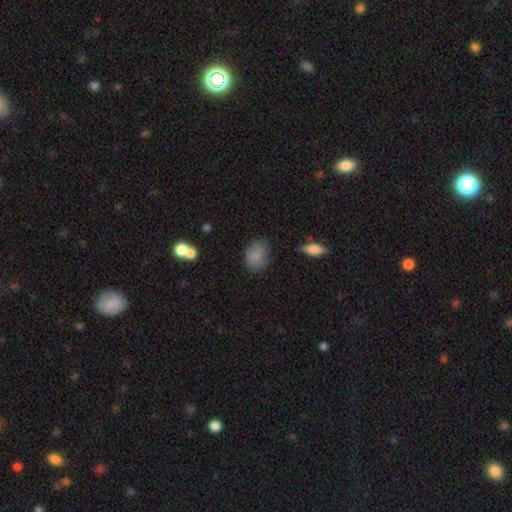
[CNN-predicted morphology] A smooth galaxy with no disk features (83%) that is in between round and cigar-shaped (74%).

Vote fractions:
- Smooth or featured? smooth: 83% / featured or disk: 9% / star or artifact: 8%
- How rounded? in between: 74% / round: 24% / cigar-shaped: 1%
- Merging? none: 71% / minor disturbance: 22% / major disturbance: 5% / merger: 2%